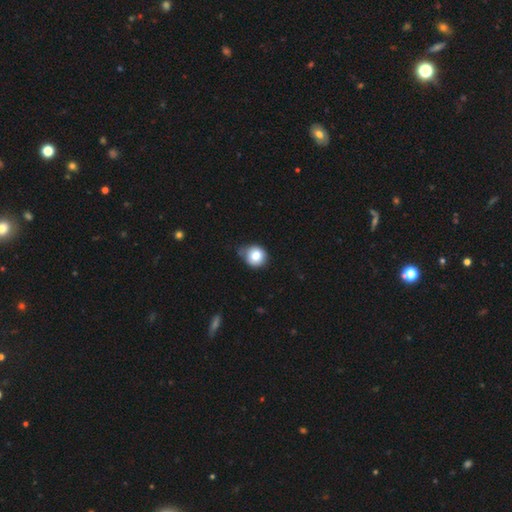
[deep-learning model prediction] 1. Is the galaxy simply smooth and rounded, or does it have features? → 83% smooth, 9% star or artifact, 8% featured or disk.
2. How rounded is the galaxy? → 87% round, 12% in between, 1% cigar-shaped.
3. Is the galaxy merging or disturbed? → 61% none, 30% minor disturbance, 6% major disturbance, 4% merger.